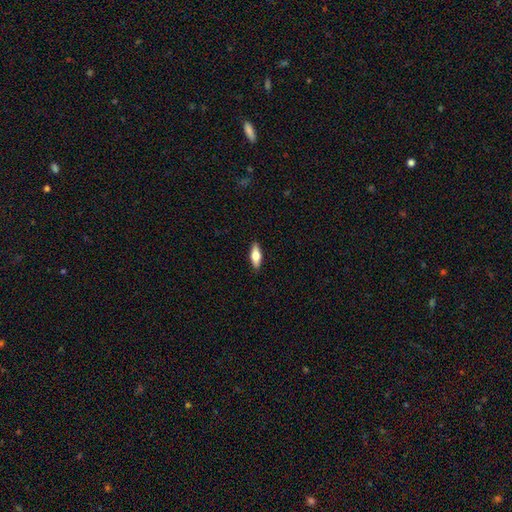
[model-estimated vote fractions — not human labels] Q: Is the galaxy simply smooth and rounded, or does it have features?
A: smooth — 60%.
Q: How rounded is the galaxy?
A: in between — 64%.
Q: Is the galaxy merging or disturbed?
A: none — 89%.